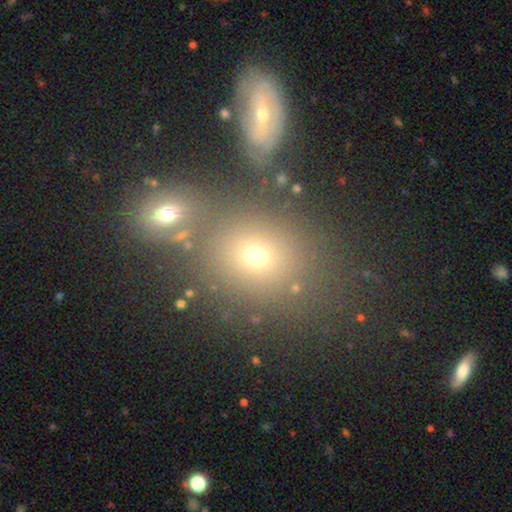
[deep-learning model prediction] smooth 64%, star or artifact 22%, featured or disk 14%. Down the decision tree: how rounded — round (58%); merging — none (64%).